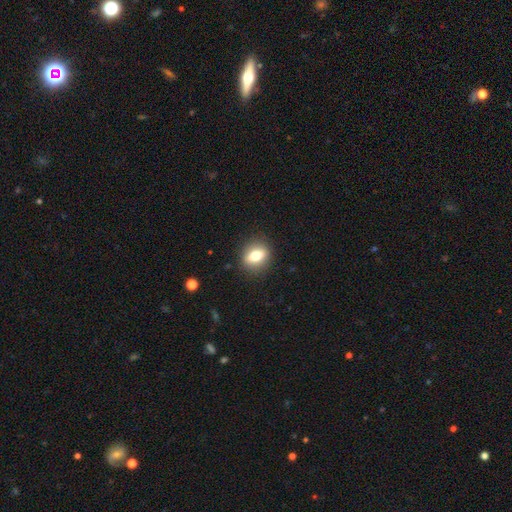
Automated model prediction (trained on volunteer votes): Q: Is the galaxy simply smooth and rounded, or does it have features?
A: smooth — 68%.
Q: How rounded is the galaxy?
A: in between — 49%.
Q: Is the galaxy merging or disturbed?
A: none — 88%.